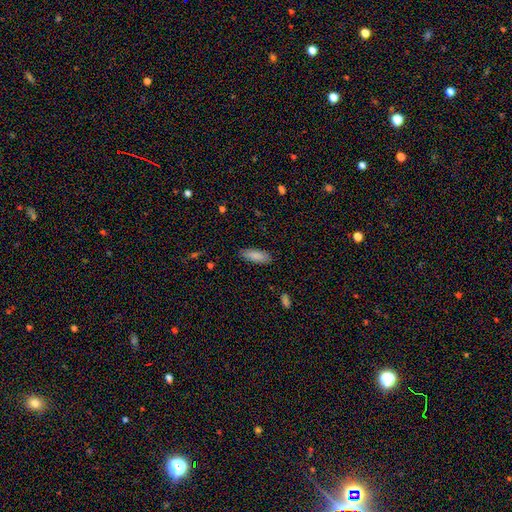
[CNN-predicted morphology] Smooth or featured? Predicted: smooth (p=0.87). How rounded? Predicted: in between (p=0.68). Merging? Predicted: none (p=0.85).